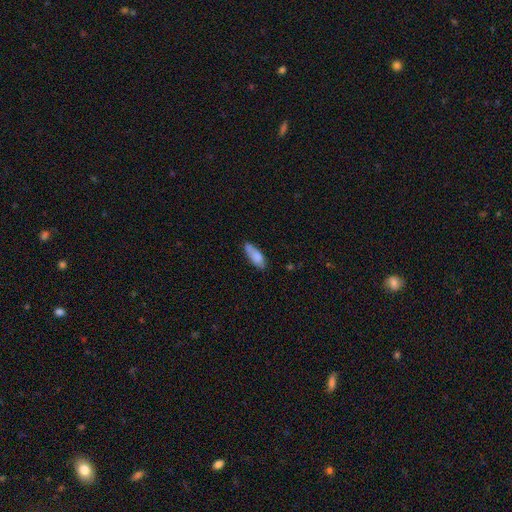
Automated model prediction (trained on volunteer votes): A smooth galaxy with no disk features (81%) that is in between round and cigar-shaped (66%). Merging: none (65%).